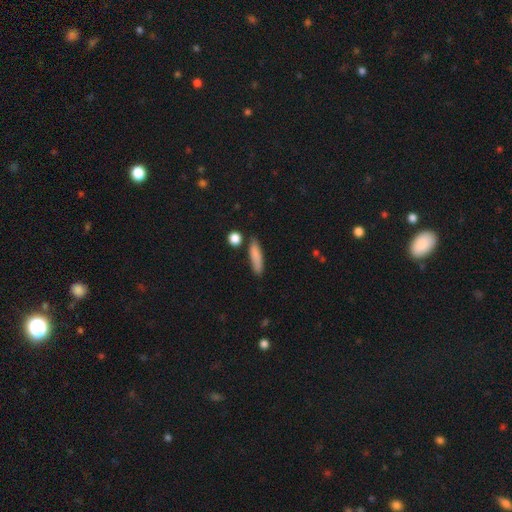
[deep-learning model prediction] smooth 83%, featured or disk 10%, star or artifact 7%. Down the decision tree: how rounded — cigar-shaped (75%); merging — none (79%).